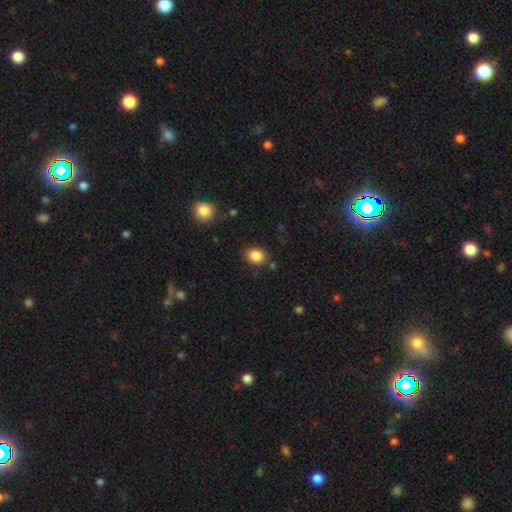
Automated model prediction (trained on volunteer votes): Morphology: type=smooth (86%); roundness=round (56%); merging=none (81%).